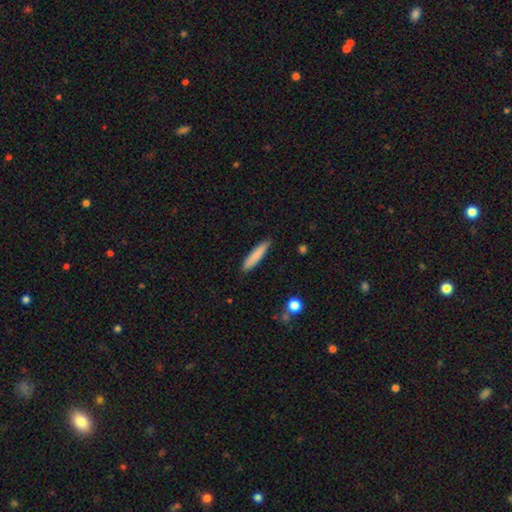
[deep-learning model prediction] This is clearly a smooth galaxy (82%). How rounded: clearly cigar-shaped (89%). Merging: clearly none (87%).